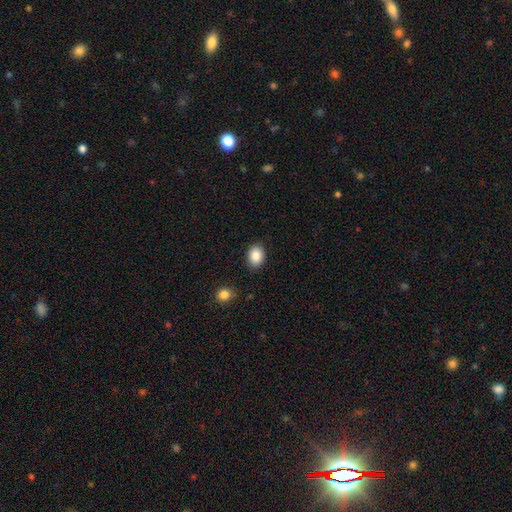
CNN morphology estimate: The model was most divided on "how rounded": in between: 65%, round: 34%, cigar-shaped: 1%. More confident: smooth or featured — smooth (88%); merging — none (86%).